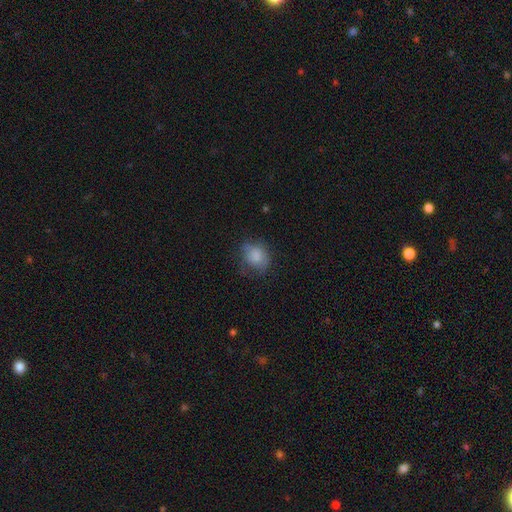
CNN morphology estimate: A smooth galaxy with no disk features (76%) that is round (57%). Merging: none (53%).